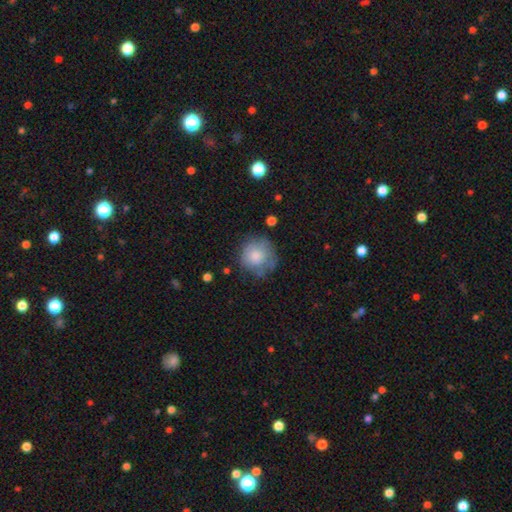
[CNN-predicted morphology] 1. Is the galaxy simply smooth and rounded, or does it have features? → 72% smooth, 20% featured or disk, 8% star or artifact.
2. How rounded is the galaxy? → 90% round, 9% in between, 1% cigar-shaped.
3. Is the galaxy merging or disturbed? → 62% none, 25% minor disturbance, 11% major disturbance, 3% merger.